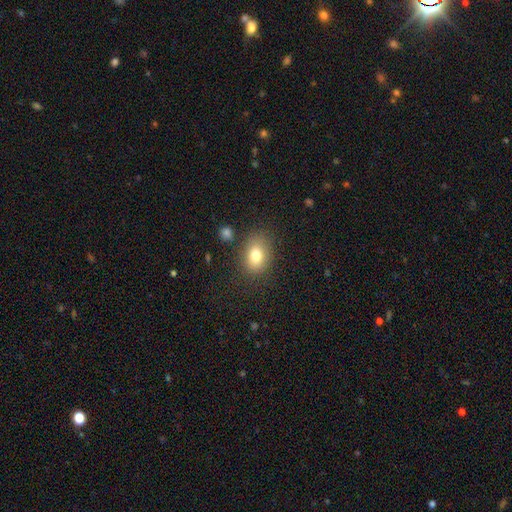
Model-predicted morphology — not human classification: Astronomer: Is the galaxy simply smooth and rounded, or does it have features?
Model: smooth — 78%.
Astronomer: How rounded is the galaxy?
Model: in between — 69%.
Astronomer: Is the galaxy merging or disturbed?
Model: none — 79%.